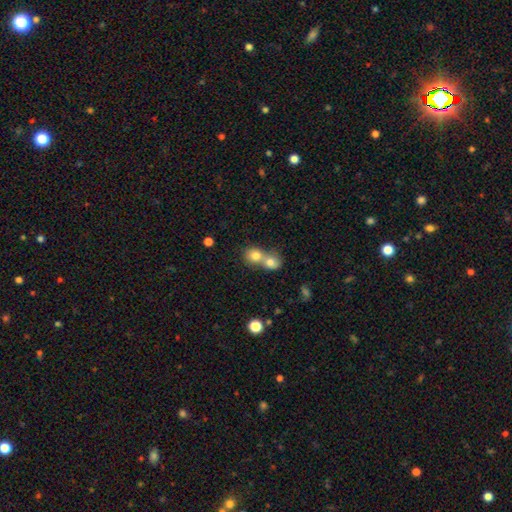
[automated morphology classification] This is likely a smooth galaxy (78%). How rounded: likely round (78%). Merging: likely merger (66%).